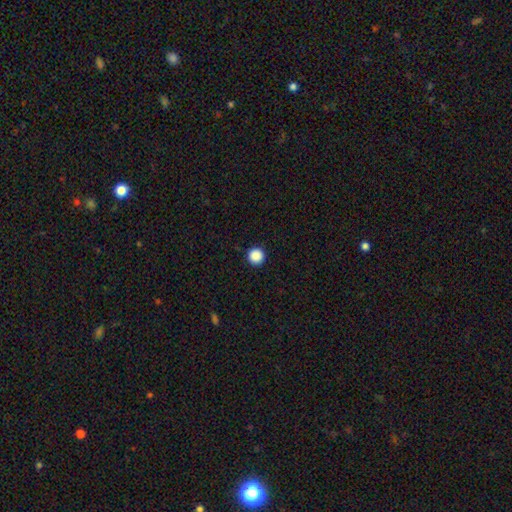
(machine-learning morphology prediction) Smooth or featured? Predicted: smooth (p=0.89). How rounded? Predicted: round (p=0.97). Merging? Predicted: none (p=0.94).